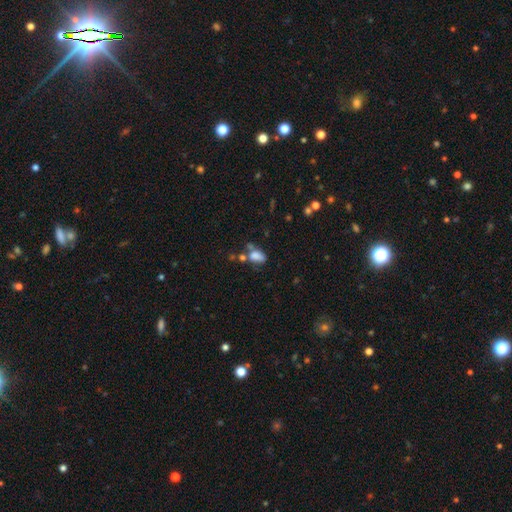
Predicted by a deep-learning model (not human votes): This is likely a smooth galaxy (76%). How rounded: clearly in between (86%). Merging: marginally none (37%).